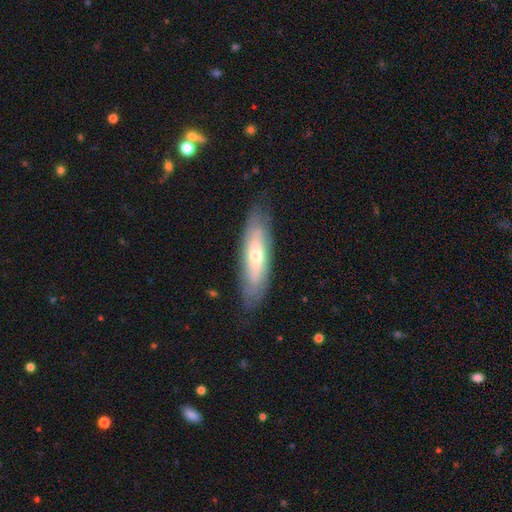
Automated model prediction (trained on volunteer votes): Q: Smooth or featured?
A: featured or disk (49%); runner-up: smooth (44%)
Q: Merging?
A: none (79%); runner-up: minor disturbance (16%)